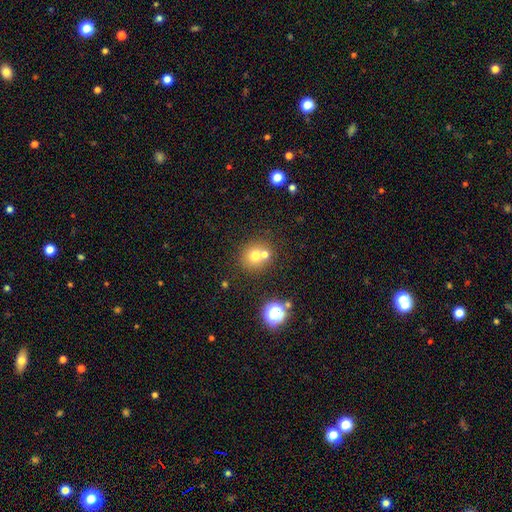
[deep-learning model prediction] This appears to be a smooth galaxy with no disk features (69%) that is round (87%). Merging: none (56%).